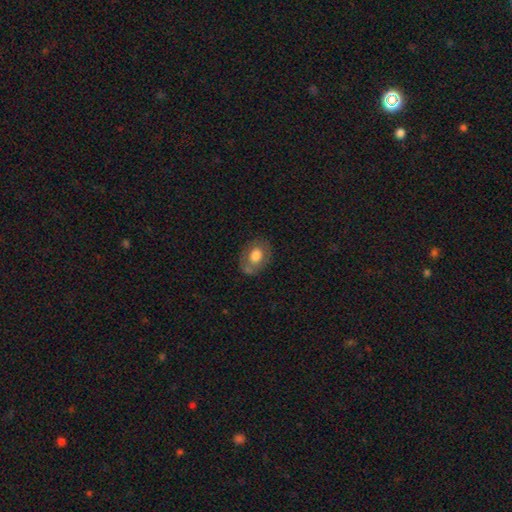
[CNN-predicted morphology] Smooth or featured? Predicted: smooth (p=0.67). How rounded? Predicted: in between (p=0.68). Merging? Predicted: none (p=0.68).